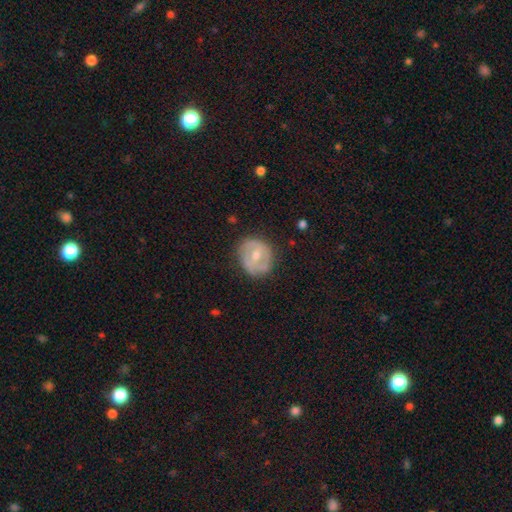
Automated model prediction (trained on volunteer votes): Overall: featured or disk (54%; smooth 39%). Edge-on disk: no (96%). Bar: no (56%; weak 34%). Spiral arms: no (57%; yes 43%). Bulge size: moderate (68%). Merging: none (73%).